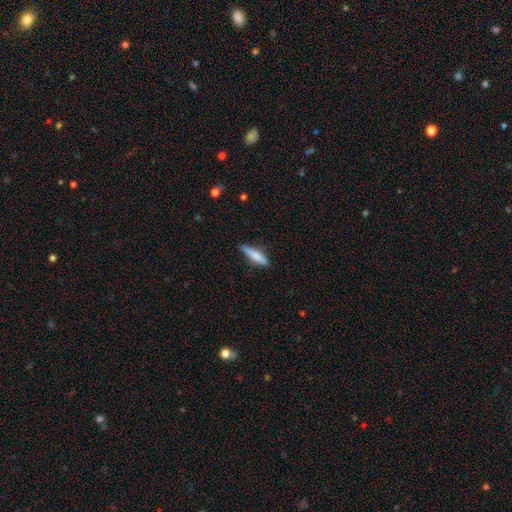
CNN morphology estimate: smooth-or-featured: smooth: 74% | featured or disk: 21% | star or artifact: 6%
  how-rounded: cigar-shaped: 76% | in between: 23% | round: 2%
  merging: none: 76% | minor disturbance: 19% | major disturbance: 3% | merger: 2%